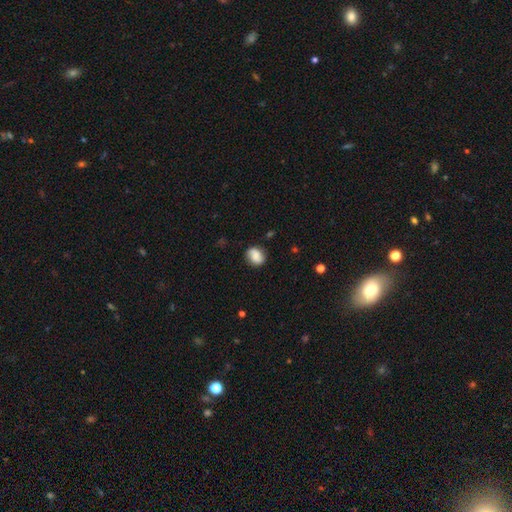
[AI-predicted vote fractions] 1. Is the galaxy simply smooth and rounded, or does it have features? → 69% smooth, 22% featured or disk, 9% star or artifact.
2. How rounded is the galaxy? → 51% in between, 48% round, 1% cigar-shaped.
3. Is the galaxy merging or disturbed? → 75% none, 18% minor disturbance, 5% major disturbance, 2% merger.